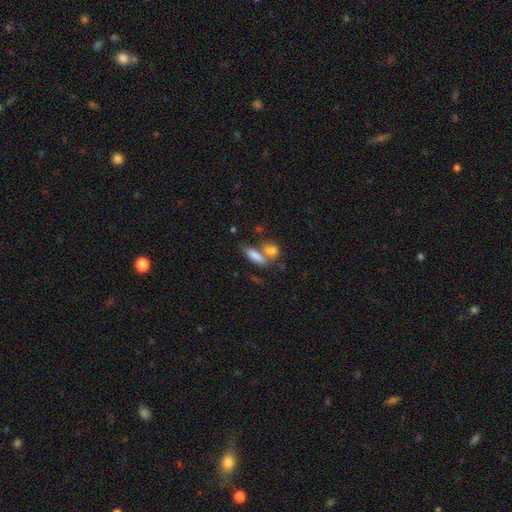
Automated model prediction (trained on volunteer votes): Morphology: type=smooth (79%); roundness=in between (63%); merging=none (42%, tied with merger).